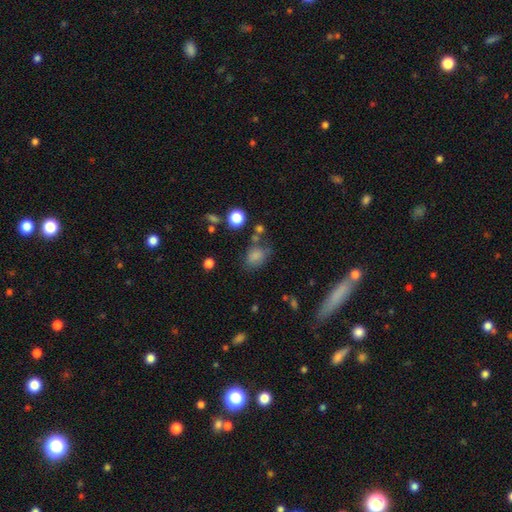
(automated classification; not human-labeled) A smooth galaxy with no disk features (79%) that is in between round and cigar-shaped (67%).

Vote fractions:
- Smooth or featured? smooth: 79% / star or artifact: 13% / featured or disk: 8%
- How rounded? in between: 67% / round: 32% / cigar-shaped: 1%
- Merging? none: 58% / minor disturbance: 23% / major disturbance: 11% / merger: 8%